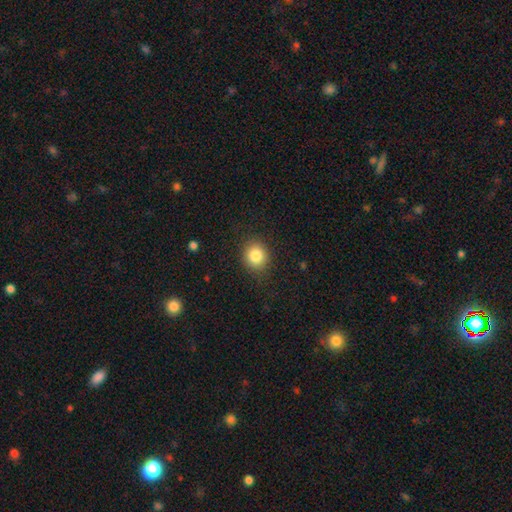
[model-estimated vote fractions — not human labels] smooth-or-featured: smooth: 83% | star or artifact: 10% | featured or disk: 7%
  how-rounded: round: 79% | in between: 20% | cigar-shaped: 1%
  merging: none: 87% | minor disturbance: 9% | major disturbance: 3% | merger: 1%